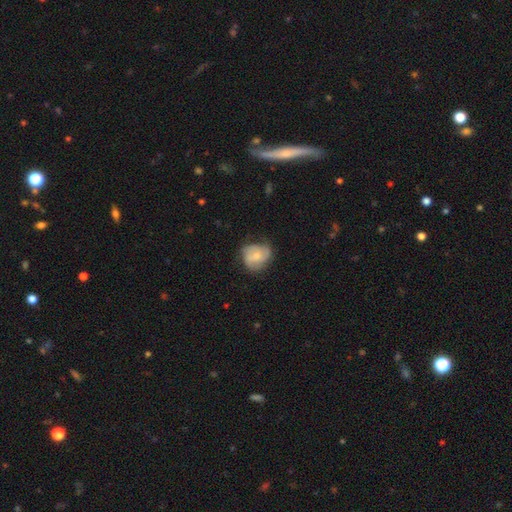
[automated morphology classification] Smooth or featured? smooth (49%)
Merging? none (55%)